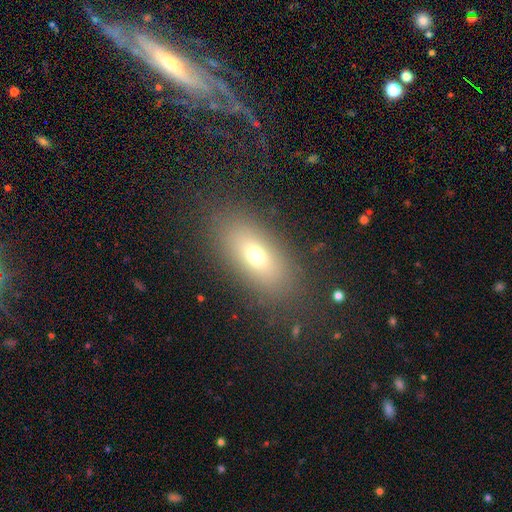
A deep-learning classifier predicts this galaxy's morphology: A smooth galaxy with no disk features (67%) that is in between round and cigar-shaped (80%). Merging: none (83%).